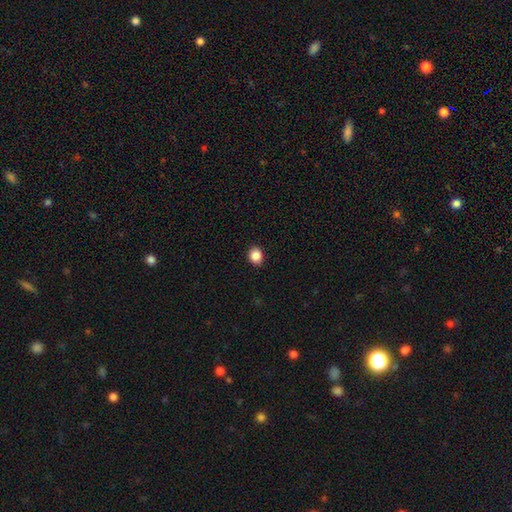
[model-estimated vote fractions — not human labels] This appears to be a smooth galaxy with no disk features (87%) that is round (67%). Merging: none (91%).